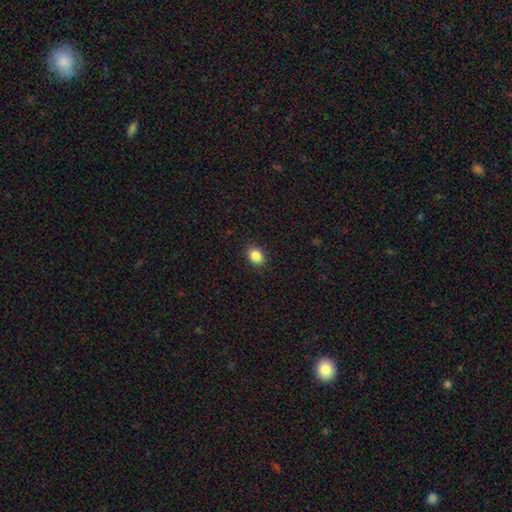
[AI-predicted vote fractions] A smooth galaxy with no disk features (86%) that is in between round and cigar-shaped (50%). Merging: none (90%).